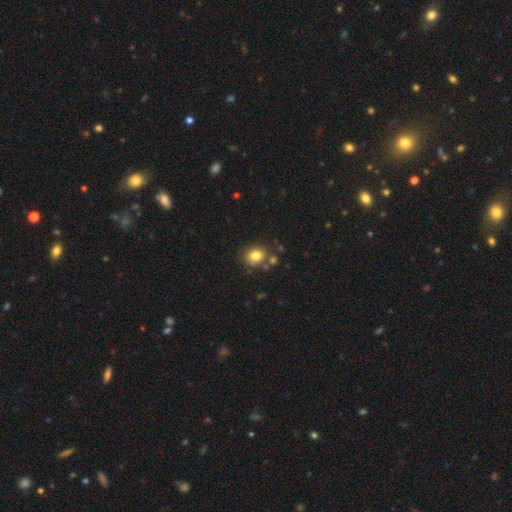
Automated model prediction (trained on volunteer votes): smooth_or_featured: smooth (p=0.80) [alt: star or artifact p=0.11]
how_rounded: round (p=0.60) [alt: in between p=0.40]
merging: none (p=0.70) [alt: minor disturbance p=0.14]